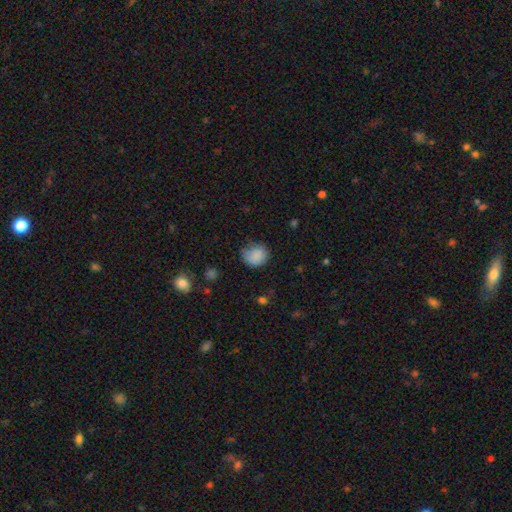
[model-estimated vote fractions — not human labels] This appears to be a smooth galaxy with no disk features (85%) that is round (73%). Merging: none (63%).